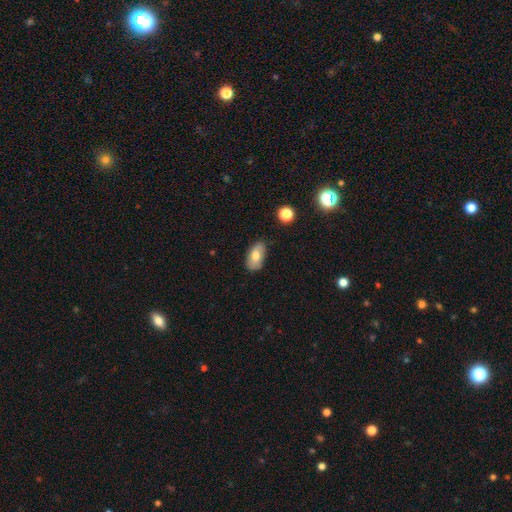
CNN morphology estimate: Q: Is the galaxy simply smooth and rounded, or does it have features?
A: smooth — 74%.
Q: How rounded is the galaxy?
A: in between — 92%.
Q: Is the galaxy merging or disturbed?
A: none — 76%.